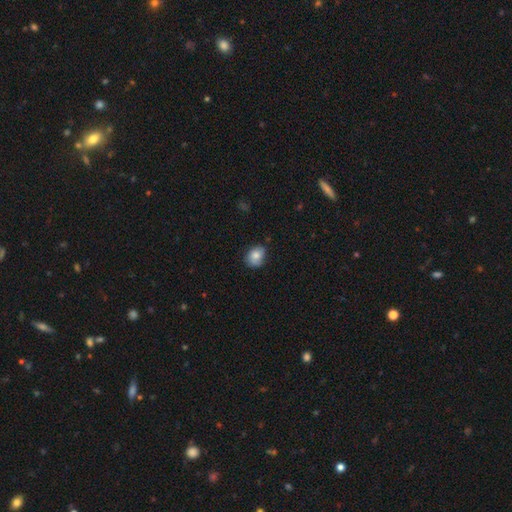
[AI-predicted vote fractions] Q: Smooth or featured?
A: smooth (78%); runner-up: featured or disk (13%)
Q: How rounded?
A: in between (55%); runner-up: round (44%)
Q: Merging?
A: none (68%); runner-up: minor disturbance (26%)